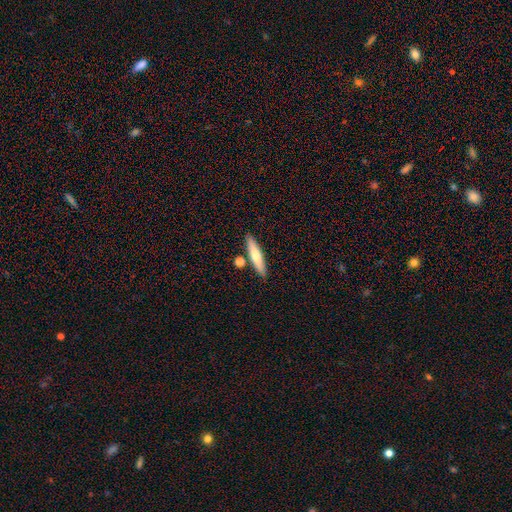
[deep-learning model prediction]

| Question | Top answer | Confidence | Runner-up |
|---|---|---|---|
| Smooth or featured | smooth | 63% | featured or disk (31%) |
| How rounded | cigar-shaped | 85% | in between (13%) |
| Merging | none | 82% | minor disturbance (9%) |